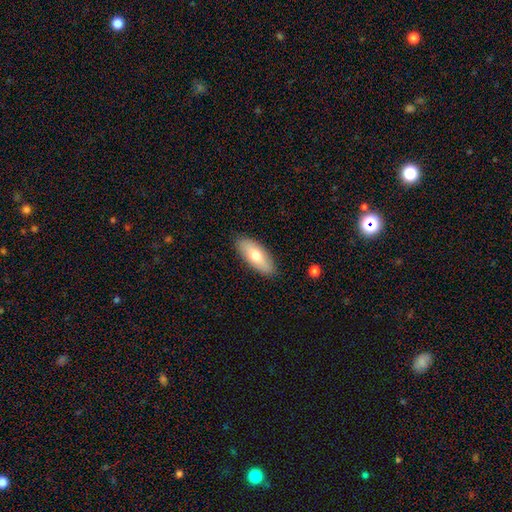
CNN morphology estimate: A smooth galaxy with no disk features (72%) that is in between round and cigar-shaped (79%). Merging: none (88%).